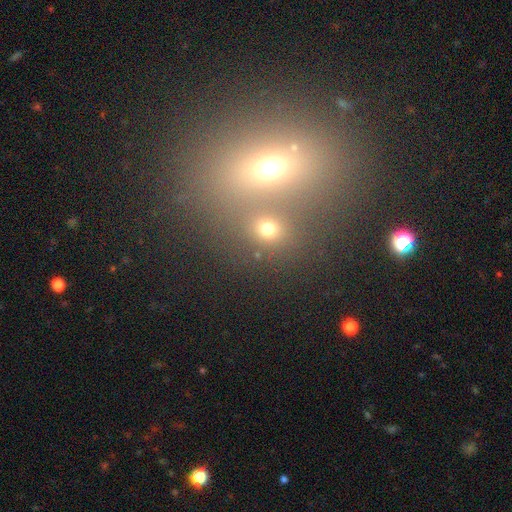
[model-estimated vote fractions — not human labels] Q: Smooth or featured?
A: smooth (49%); runner-up: star or artifact (32%)
Q: Merging?
A: none (60%); runner-up: merger (27%)